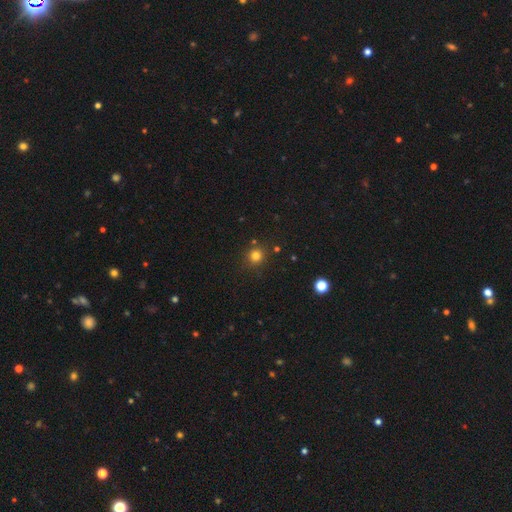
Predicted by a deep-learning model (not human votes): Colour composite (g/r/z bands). It shows a smooth galaxy with no disk features (79%) that is round (91%). Merging: none (85%).